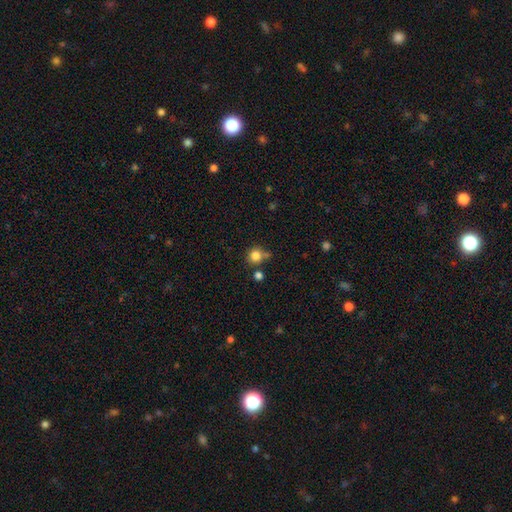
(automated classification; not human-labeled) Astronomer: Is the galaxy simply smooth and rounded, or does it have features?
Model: smooth — 82%.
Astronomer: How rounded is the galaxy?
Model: round — 90%.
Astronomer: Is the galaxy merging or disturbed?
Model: none — 67%.